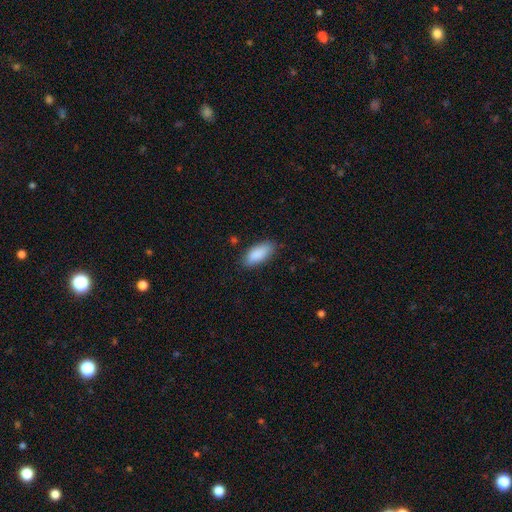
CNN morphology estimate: This is clearly a smooth galaxy (89%). How rounded: clearly in between (85%). Merging: clearly none (83%).